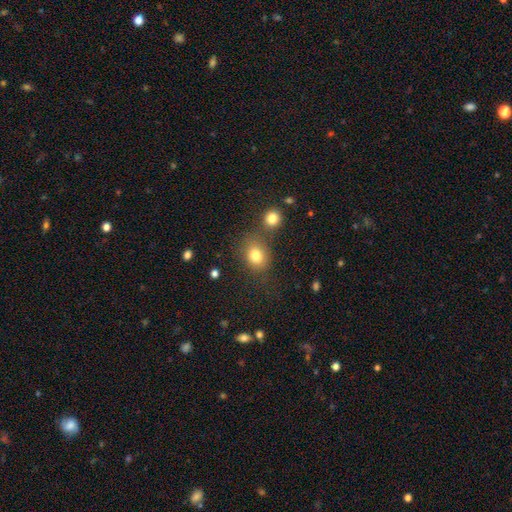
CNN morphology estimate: The model was most divided on "how rounded": round: 54%, in between: 45%, cigar-shaped: 1%. More confident: smooth or featured — smooth (80%); merging — none (64%).